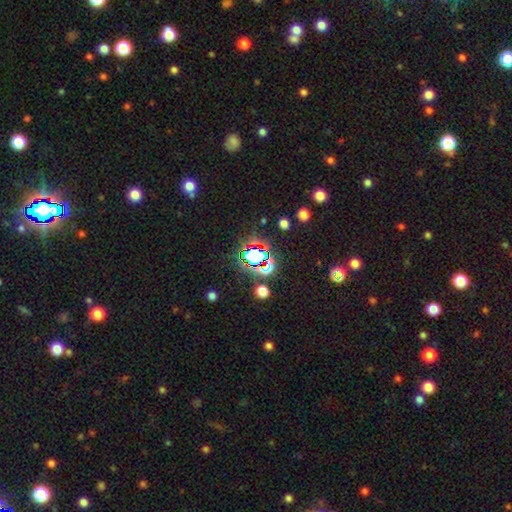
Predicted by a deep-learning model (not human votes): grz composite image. It shows a star or artifact, not a galaxy (69%).